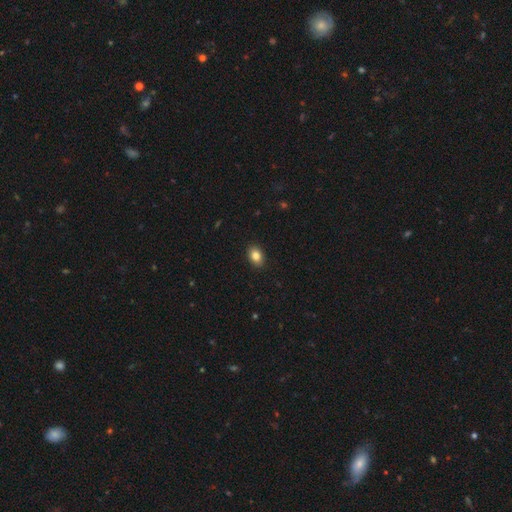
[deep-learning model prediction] Q: Smooth or featured?
A: smooth (85%); runner-up: star or artifact (9%)
Q: How rounded?
A: in between (79%); runner-up: round (20%)
Q: Merging?
A: none (90%); runner-up: minor disturbance (7%)